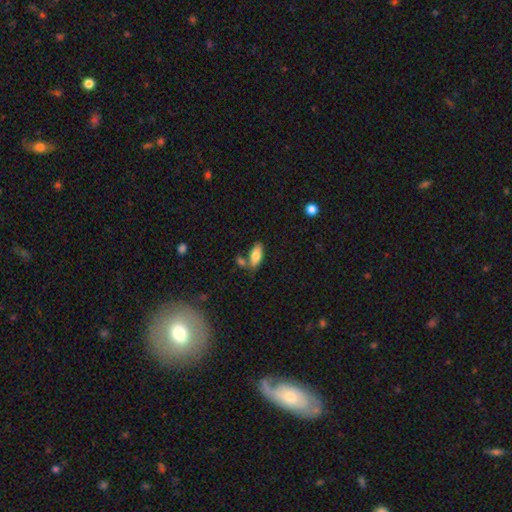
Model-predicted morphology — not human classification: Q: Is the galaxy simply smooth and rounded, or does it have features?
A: smooth — 80%.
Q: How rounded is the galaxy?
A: in between — 84%.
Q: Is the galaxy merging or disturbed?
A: none — 63%.